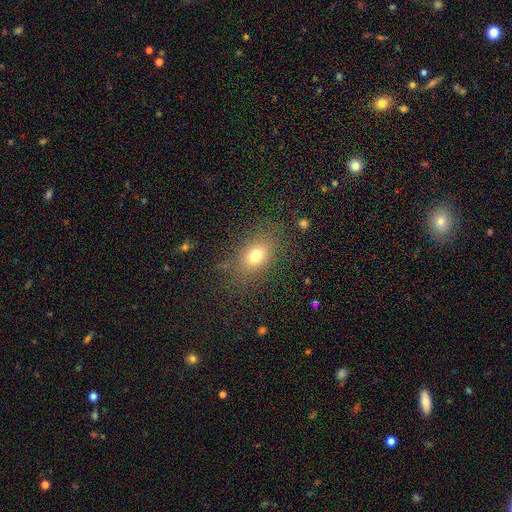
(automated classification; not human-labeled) Morphology: type=smooth (73%); roundness=in between (73%); merging=none (79%).